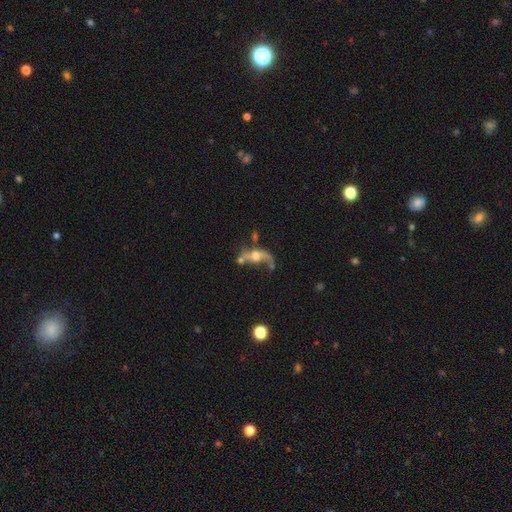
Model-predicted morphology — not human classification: Overall: featured or disk (69%). Edge-on disk: no (88%). Bar: no (66%). Spiral arms: yes (73%). Bulge size: moderate (56%; large 19%). Merging: none (32%; major disturbance 26%).